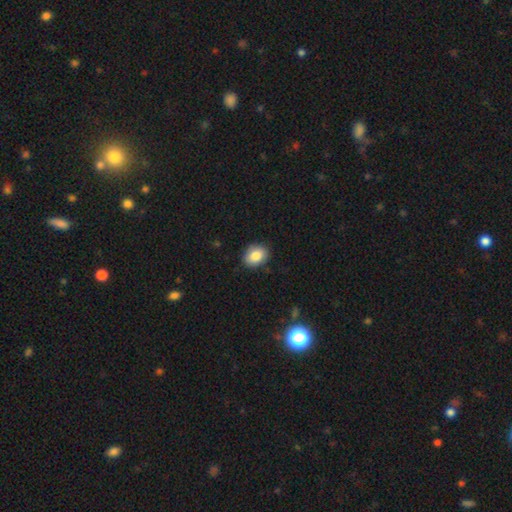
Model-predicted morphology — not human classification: This appears to be a smooth galaxy with no disk features (85%) that is in between round and cigar-shaped (65%). Merging: none (86%).